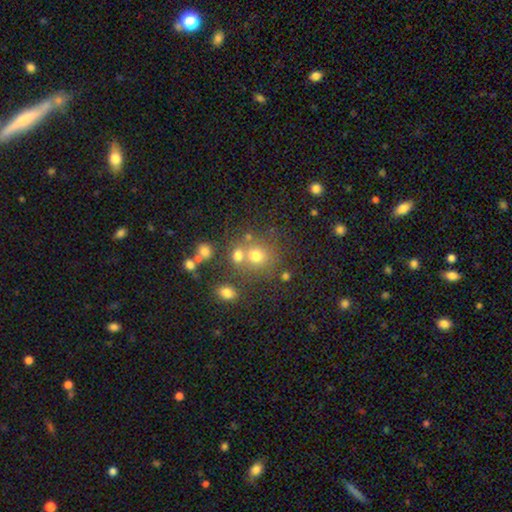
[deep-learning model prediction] The model was most divided on "merging": none: 56%, merger: 30%, minor disturbance: 10%, major disturbance: 5%. More confident: how rounded — round (82%); smooth or featured — smooth (68%).